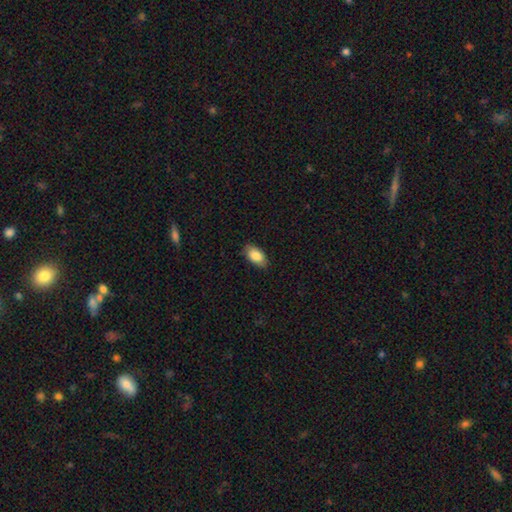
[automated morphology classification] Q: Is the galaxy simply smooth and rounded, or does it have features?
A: smooth — 85%.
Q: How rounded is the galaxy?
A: in between — 93%.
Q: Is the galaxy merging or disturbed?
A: none — 84%.